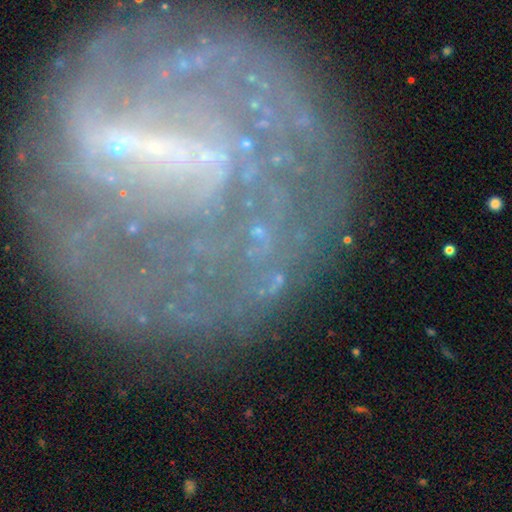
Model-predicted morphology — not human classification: smooth-or-featured: featured or disk: 68% | star or artifact: 19% | smooth: 13%
  disk-edge-on: no: 93% | yes: 7%
    bar: no: 37% | strong: 32% | weak: 31%
    has-spiral-arms: yes: 67% | no: 33%
    bulge-size: small: 51% | none: 27% | moderate: 16% | large: 4% | dominant: 3%
  merging: none: 64% | minor disturbance: 18% | major disturbance: 14% | merger: 5%